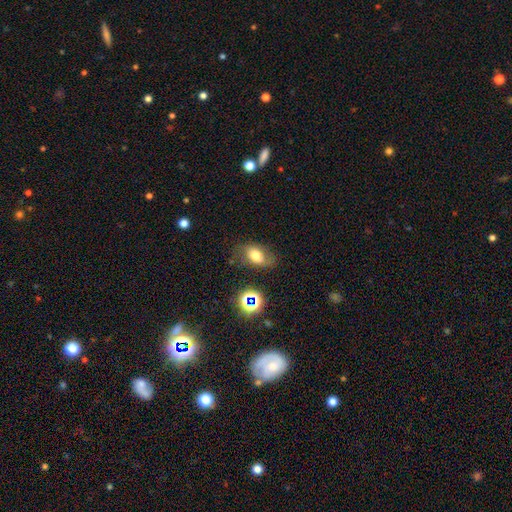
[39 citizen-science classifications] smooth_or_featured: smooth (p=0.62) [alt: featured or disk p=0.28]
how_rounded: in between (p=0.88) [alt: round p=0.12]
merging: none (p=0.63) [alt: minor disturbance p=0.17]